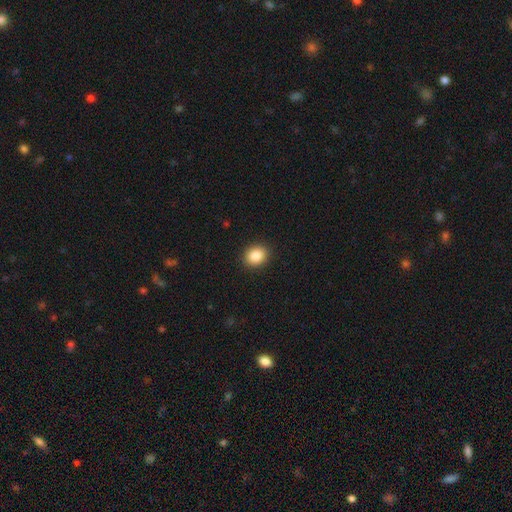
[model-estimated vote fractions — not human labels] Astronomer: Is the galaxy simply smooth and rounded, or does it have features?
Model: smooth — 88%.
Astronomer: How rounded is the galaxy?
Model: round — 63%.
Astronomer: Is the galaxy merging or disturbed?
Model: none — 90%.